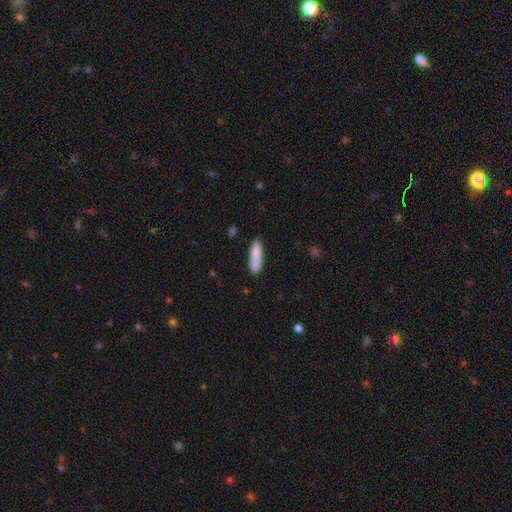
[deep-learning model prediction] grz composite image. It shows a smooth galaxy with no disk features (85%) that is cigar-shaped (56%). Merging: none (77%).